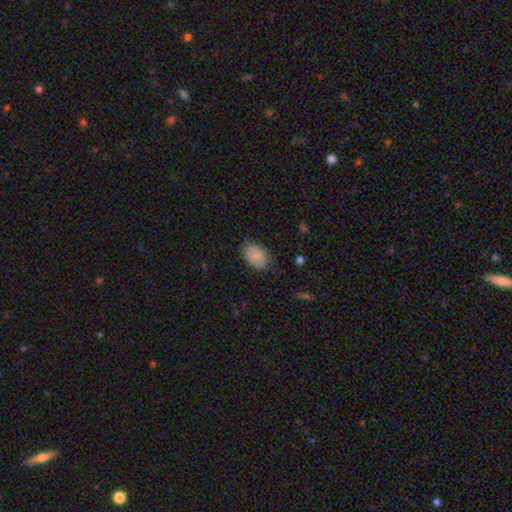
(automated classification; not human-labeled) Morphology: type=smooth (84%); roundness=in between (86%); merging=none (73%).